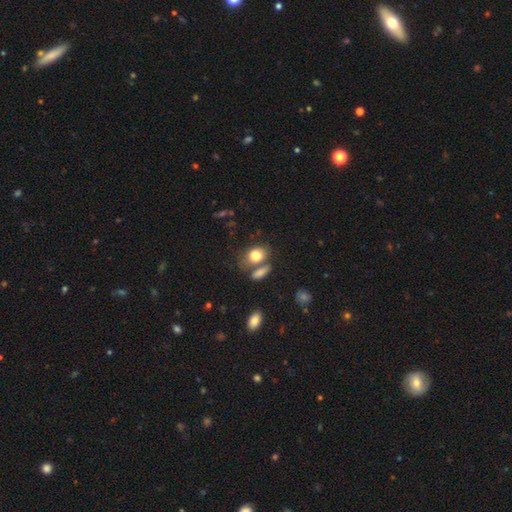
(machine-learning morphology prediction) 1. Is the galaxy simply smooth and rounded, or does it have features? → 80% smooth, 11% featured or disk, 9% star or artifact.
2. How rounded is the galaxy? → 68% in between, 30% round, 2% cigar-shaped.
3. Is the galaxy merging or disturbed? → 48% none, 29% merger, 15% minor disturbance, 7% major disturbance.